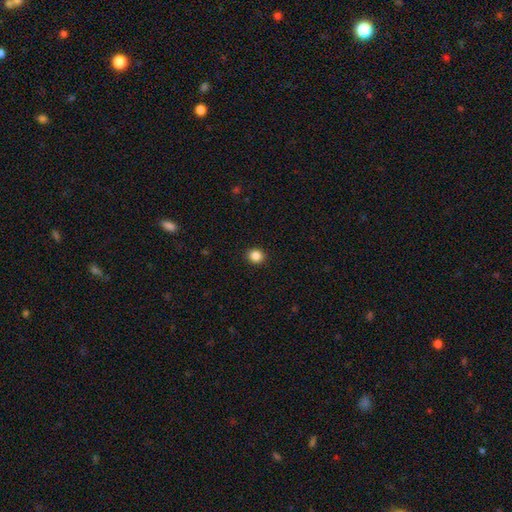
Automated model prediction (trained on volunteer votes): Overall: smooth (85%). How rounded: round (79%). Merging: none (92%).